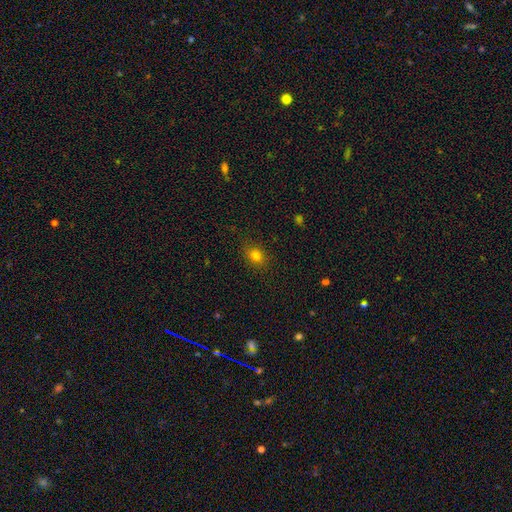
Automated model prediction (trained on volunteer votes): A smooth galaxy with no disk features (79%) that is in between round and cigar-shaped (53%).

Vote fractions:
- Smooth or featured? smooth: 79% / star or artifact: 14% / featured or disk: 6%
- How rounded? in between: 53% / round: 46% / cigar-shaped: 1%
- Merging? none: 83% / minor disturbance: 12% / major disturbance: 3% / merger: 1%